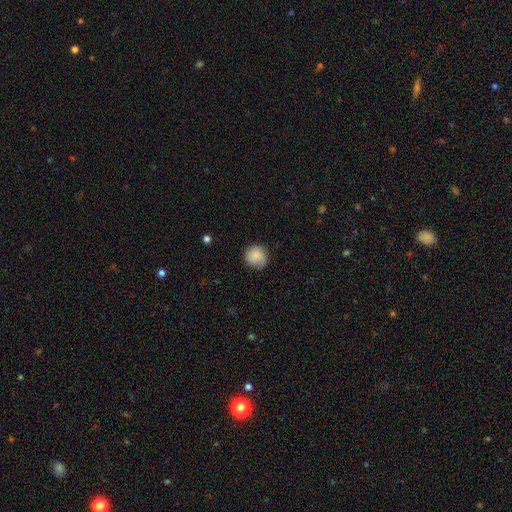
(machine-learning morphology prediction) This appears to be a smooth galaxy with no disk features (85%) that is round (91%). Merging: none (80%).